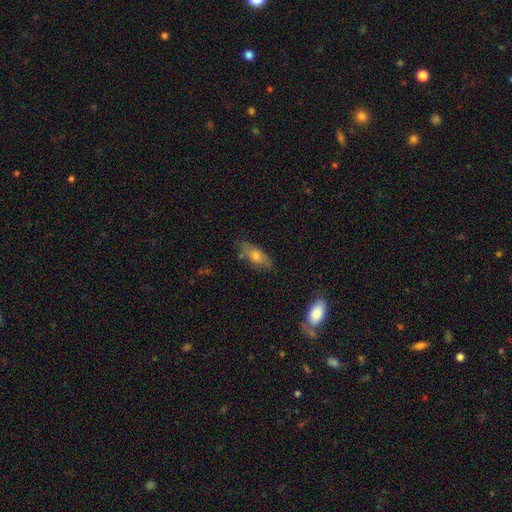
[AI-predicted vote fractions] This is possibly a smooth galaxy (59%). How rounded: likely in between (68%). Merging: likely none (70%).